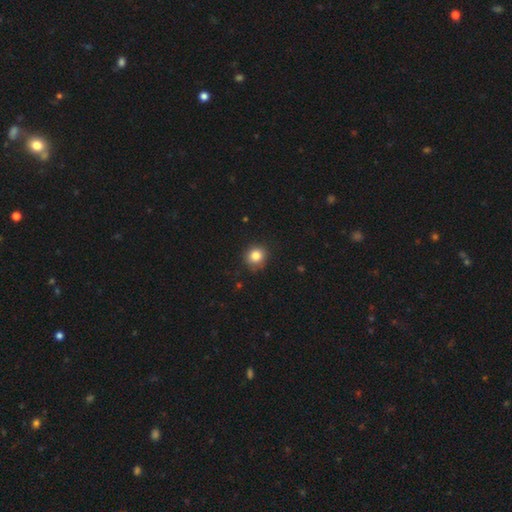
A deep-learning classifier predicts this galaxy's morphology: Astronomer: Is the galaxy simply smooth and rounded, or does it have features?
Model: smooth — 84%.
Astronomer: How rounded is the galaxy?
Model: round — 89%.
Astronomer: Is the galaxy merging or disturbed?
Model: none — 86%.